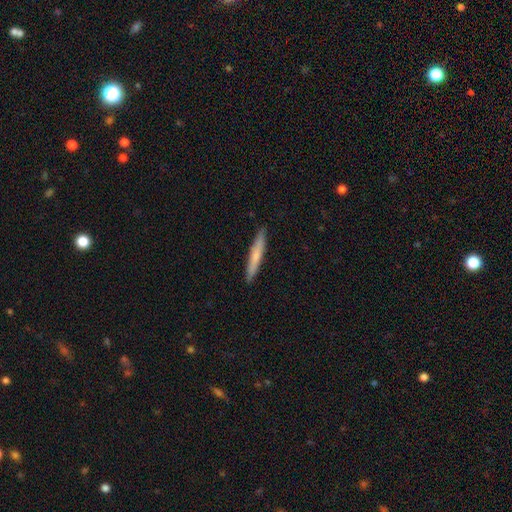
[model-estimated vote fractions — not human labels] smooth-or-featured: smooth: 65% | featured or disk: 29% | star or artifact: 6%
  how-rounded: cigar-shaped: 95% | in between: 3% | round: 1%
  merging: none: 91% | minor disturbance: 7% | major disturbance: 1% | merger: 1%